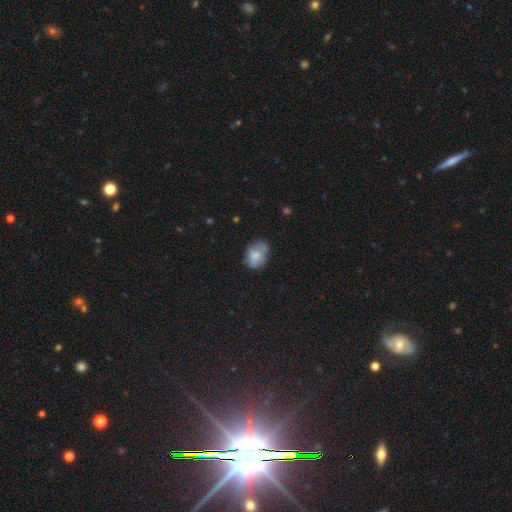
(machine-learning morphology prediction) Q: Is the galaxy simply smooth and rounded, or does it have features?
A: smooth — 61%.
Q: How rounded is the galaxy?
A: in between — 57%.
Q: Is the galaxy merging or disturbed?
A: none — 51%.